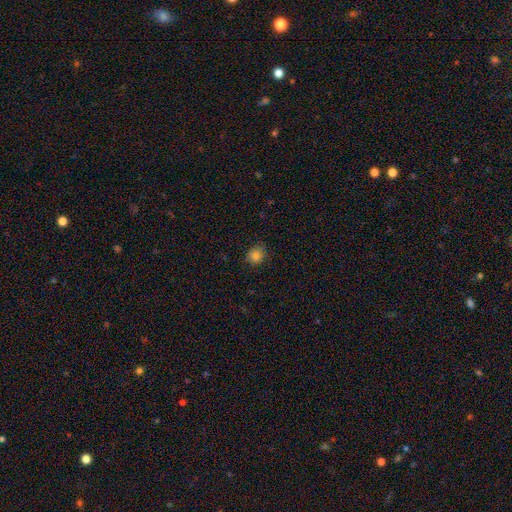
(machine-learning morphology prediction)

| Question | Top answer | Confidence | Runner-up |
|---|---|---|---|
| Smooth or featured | smooth | 80% | star or artifact (12%) |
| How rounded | round | 74% | in between (25%) |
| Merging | none | 81% | minor disturbance (15%) |